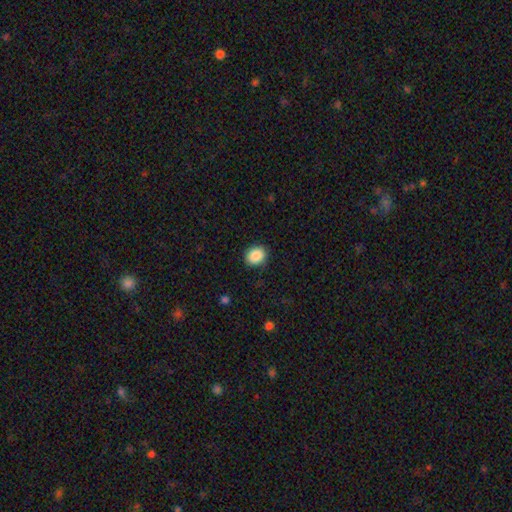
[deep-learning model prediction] smooth_or_featured: smooth (p=0.88) [alt: star or artifact p=0.08]
how_rounded: round (p=0.63) [alt: in between p=0.36]
merging: none (p=0.88) [alt: minor disturbance p=0.09]